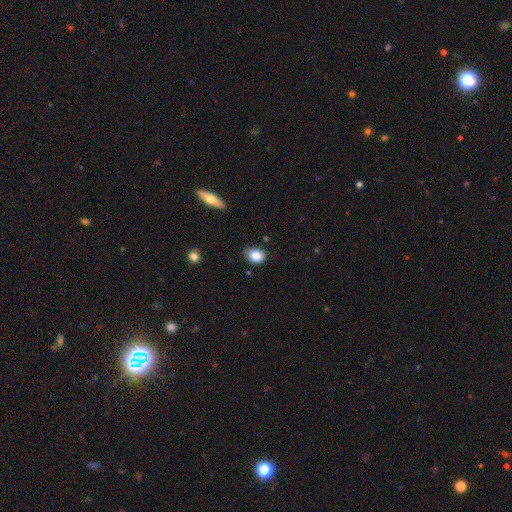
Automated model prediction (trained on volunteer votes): Smooth or featured? smooth (85%)
How rounded? in between (60%)
Merging? none (71%)